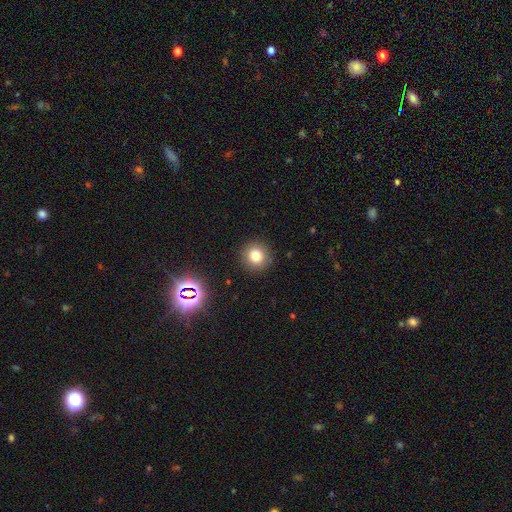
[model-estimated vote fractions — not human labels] Smooth or featured: smooth — 79% (star or artifact — 14%)
How rounded: round — 92% (in between — 7%)
Merging: none — 90% (minor disturbance — 6%)